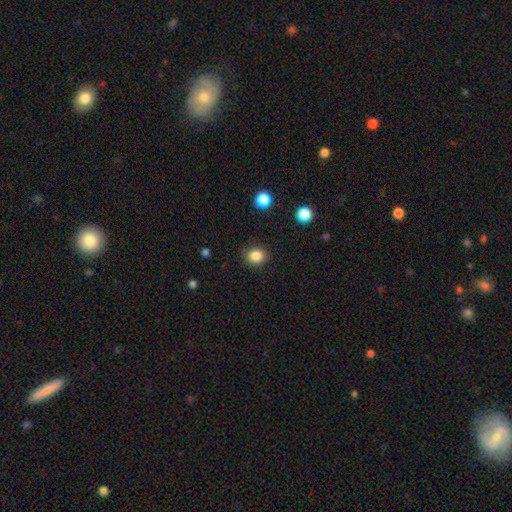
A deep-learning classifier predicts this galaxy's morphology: type=smooth (85%); roundness=round (64%); merging=none (86%).